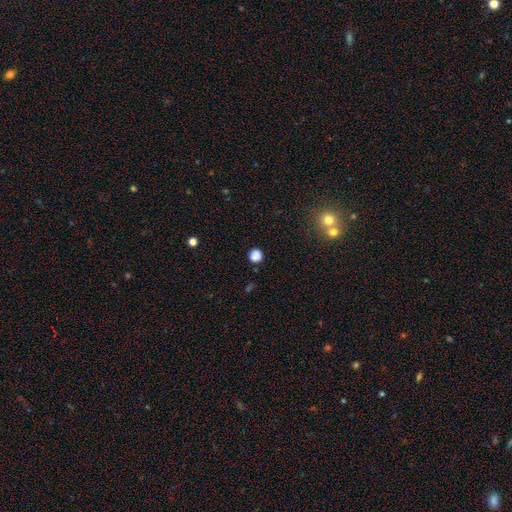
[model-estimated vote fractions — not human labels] A smooth galaxy with no disk features (83%) that is round (93%).

Vote fractions:
- Smooth or featured? smooth: 83% / star or artifact: 13% / featured or disk: 4%
- How rounded? round: 93% / in between: 6% / cigar-shaped: 1%
- Merging? none: 88% / minor disturbance: 8% / major disturbance: 2% / merger: 2%